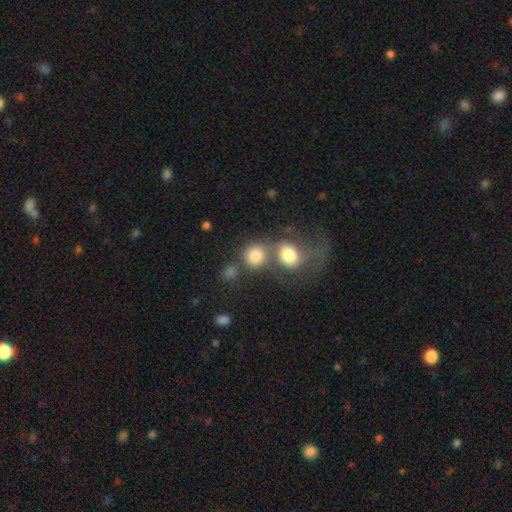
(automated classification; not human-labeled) Smooth or featured?
  - smooth: 79% *
  - featured or disk: 11%
  - star or artifact: 10%
How rounded?
  - round: 78% *
  - in between: 21%
  - cigar-shaped: 1%
Merging?
  - merger: 55% *
  - none: 30%
  - minor disturbance: 8%
  - major disturbance: 7%